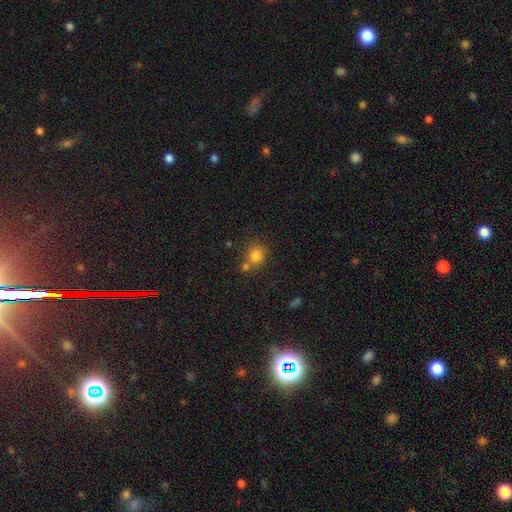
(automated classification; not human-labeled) A smooth galaxy with no disk features (80%) that is round (80%). Merging: none (58%).